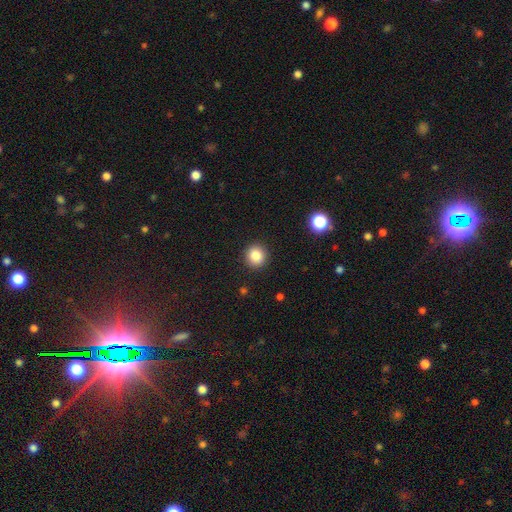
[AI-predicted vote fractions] Smooth or featured? Predicted: smooth (p=0.84). How rounded? Predicted: round (p=0.89). Merging? Predicted: none (p=0.91).